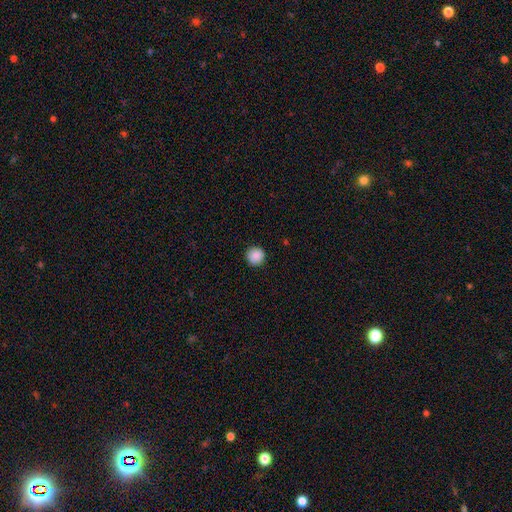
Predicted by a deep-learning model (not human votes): Q: Smooth or featured?
A: smooth (89%); runner-up: star or artifact (9%)
Q: How rounded?
A: round (94%); runner-up: in between (5%)
Q: Merging?
A: none (92%); runner-up: minor disturbance (5%)